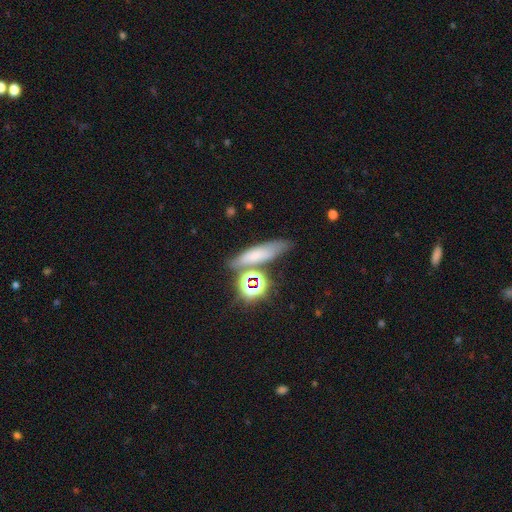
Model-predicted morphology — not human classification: This appears to be a smooth galaxy with no disk features (61%) that is cigar-shaped (57%). Merging: none (66%).